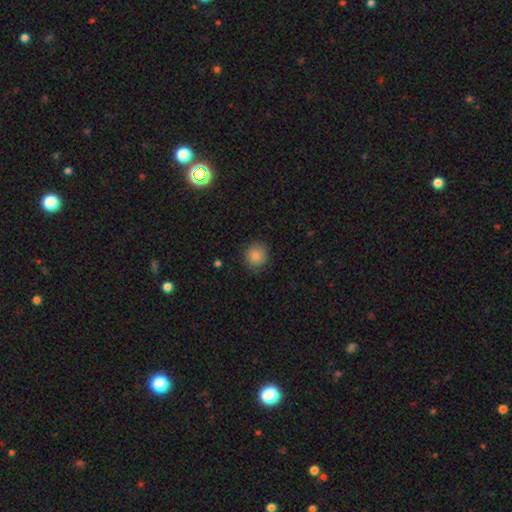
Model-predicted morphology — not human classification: Smooth or featured: smooth — 86% (star or artifact — 9%)
How rounded: round — 89% (in between — 10%)
Merging: none — 85% (minor disturbance — 11%)